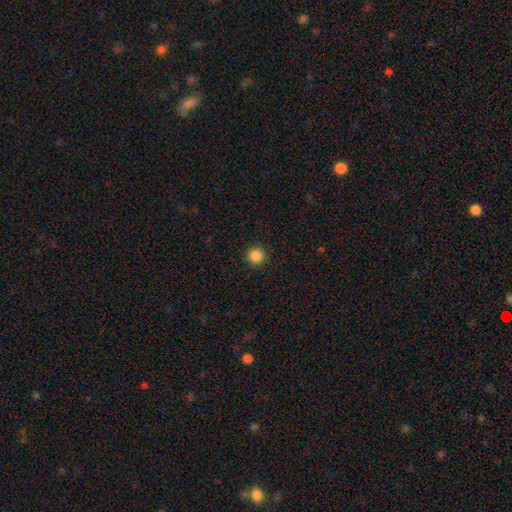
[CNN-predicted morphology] The model was most divided on "smooth or featured": smooth: 86%, star or artifact: 11%, featured or disk: 3%. More confident: how rounded — round (96%); merging — none (92%).